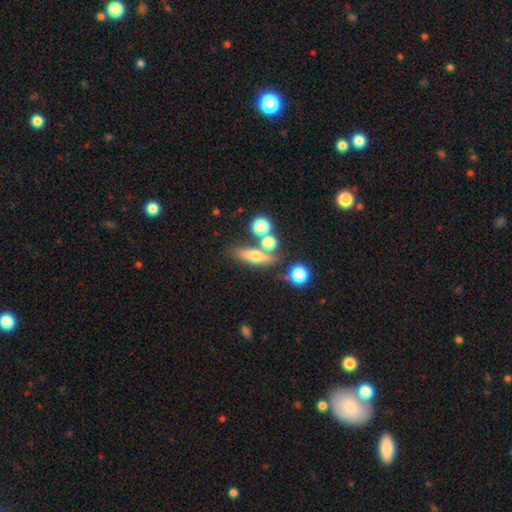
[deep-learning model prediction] Smooth or featured? Predicted: smooth (p=0.56). How rounded? Predicted: cigar-shaped (p=0.49). Merging? Predicted: none (p=0.63).